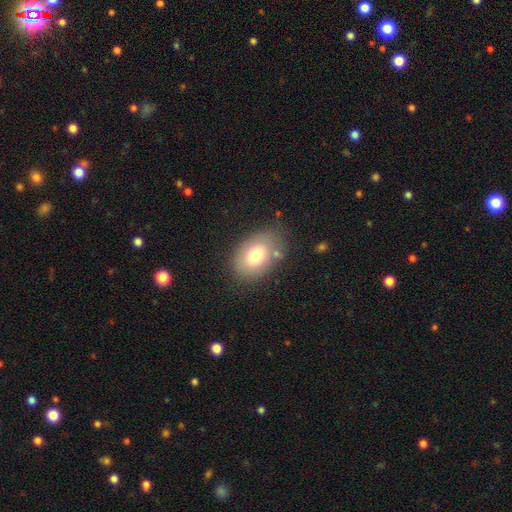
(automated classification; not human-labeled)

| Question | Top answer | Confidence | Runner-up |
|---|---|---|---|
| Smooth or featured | smooth | 75% | featured or disk (16%) |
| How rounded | in between | 82% | round (17%) |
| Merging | none | 73% | minor disturbance (17%) |